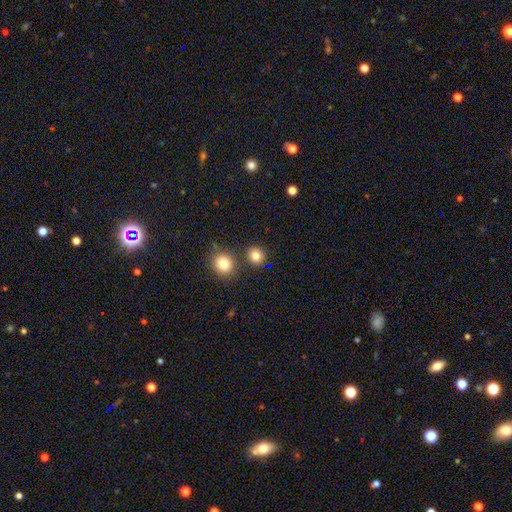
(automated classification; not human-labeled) Smooth or featured?
  - smooth: 82% *
  - star or artifact: 12%
  - featured or disk: 6%
How rounded?
  - round: 83% *
  - in between: 16%
  - cigar-shaped: 1%
Merging?
  - none: 80% *
  - merger: 10%
  - minor disturbance: 8%
  - major disturbance: 2%